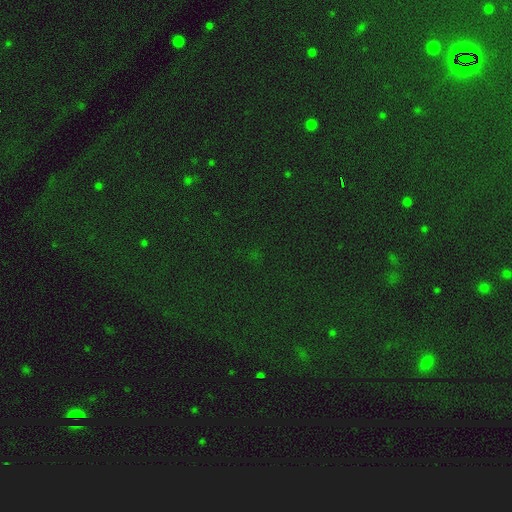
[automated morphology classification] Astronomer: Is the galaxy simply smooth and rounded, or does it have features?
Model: star or artifact — 81%.